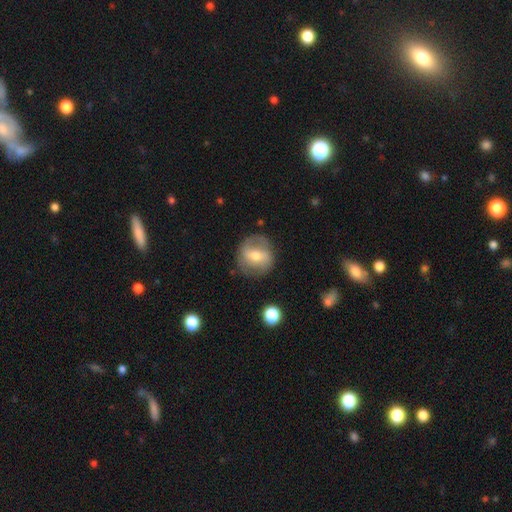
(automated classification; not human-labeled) Overall: featured or disk (52%; smooth 41%). Edge-on disk: no (94%). Merging: none (78%).